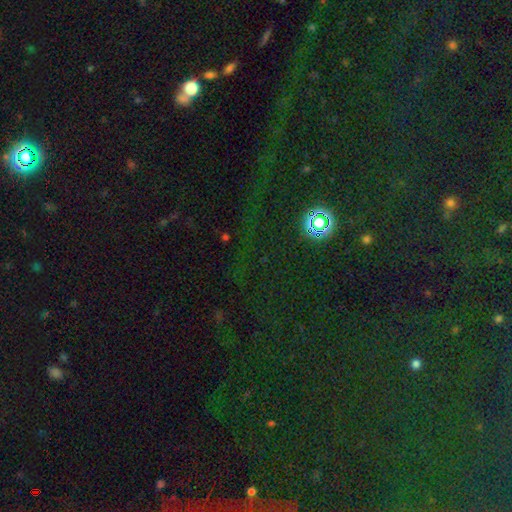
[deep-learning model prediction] Smooth or featured? Predicted: star or artifact (p=0.78).